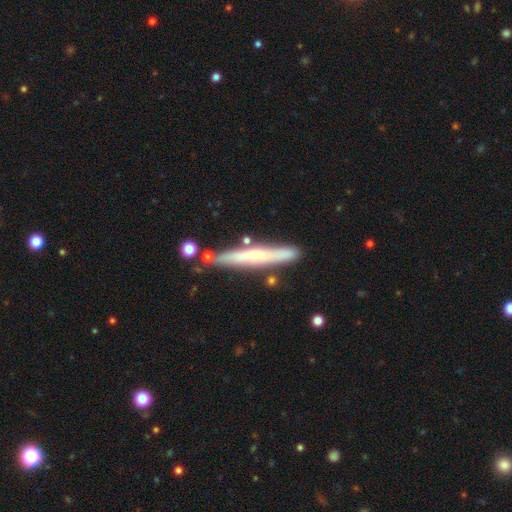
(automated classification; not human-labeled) Morphology: type=featured or disk (52%); edge-on=yes (91%); merging=none (79%).